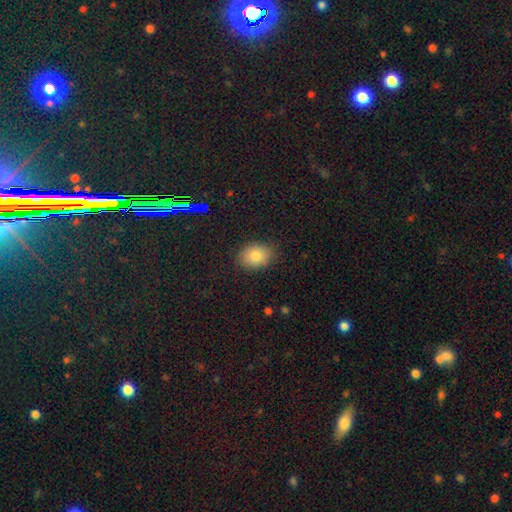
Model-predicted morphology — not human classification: This appears to be a smooth galaxy with no disk features (82%) that is in between round and cigar-shaped (68%). Merging: none (85%).